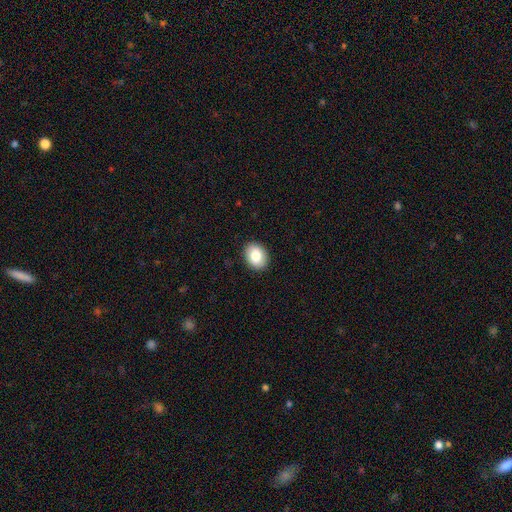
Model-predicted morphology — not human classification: Smooth or featured: smooth — 84% (featured or disk — 8%)
How rounded: in between — 62% (round — 37%)
Merging: none — 91% (minor disturbance — 7%)